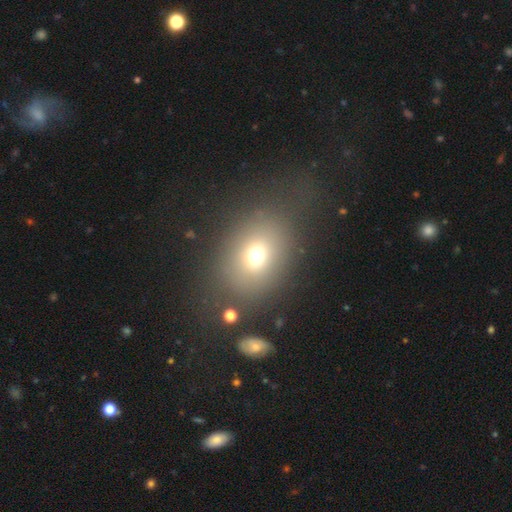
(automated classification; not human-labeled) Q: Smooth or featured?
A: smooth (69%); runner-up: star or artifact (17%)
Q: How rounded?
A: in between (51%); runner-up: round (48%)
Q: Merging?
A: none (73%); runner-up: minor disturbance (13%)